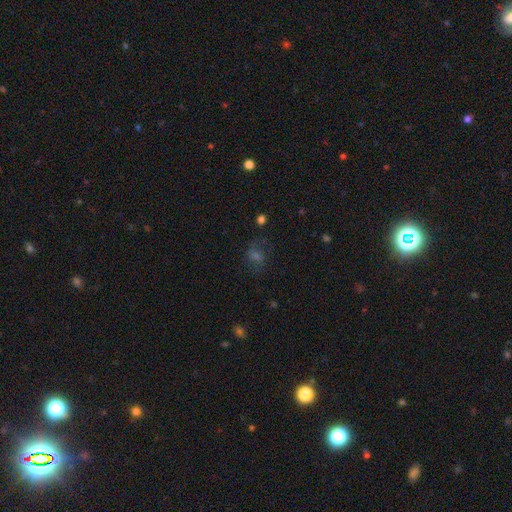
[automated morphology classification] Smooth or featured: featured or disk — 35% (smooth — 33%)
Merging: none — 68% (minor disturbance — 17%)